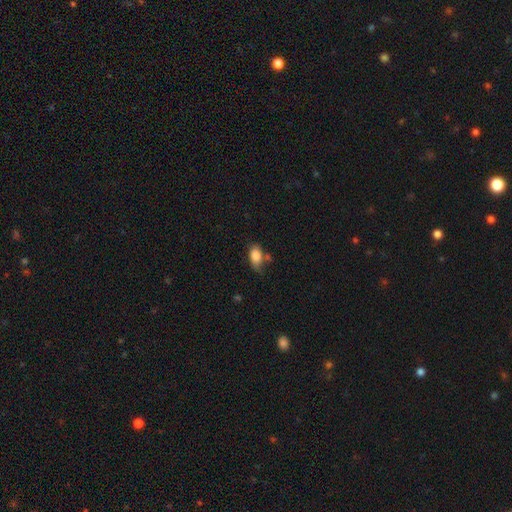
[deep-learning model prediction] Smooth or featured: smooth — 84% (featured or disk — 8%)
How rounded: in between — 88% (round — 8%)
Merging: none — 54% (minor disturbance — 28%)